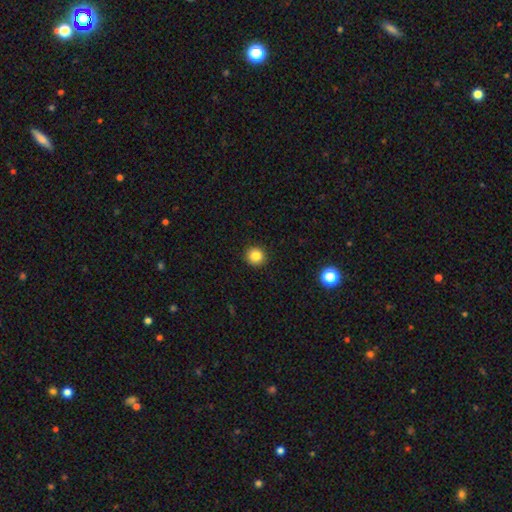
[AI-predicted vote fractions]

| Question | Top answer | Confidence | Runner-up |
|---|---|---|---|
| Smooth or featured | smooth | 84% | star or artifact (11%) |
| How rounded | round | 93% | in between (6%) |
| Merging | none | 93% | minor disturbance (5%) |